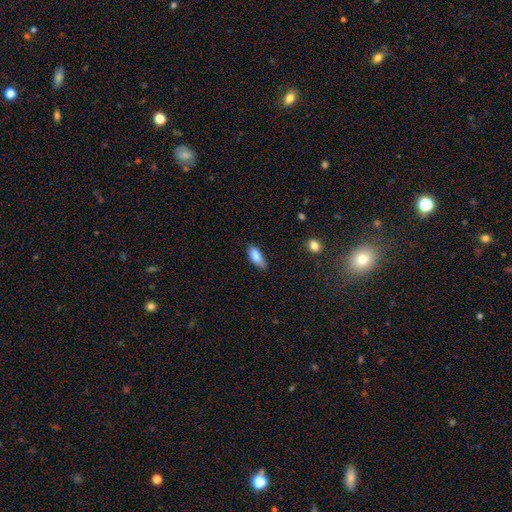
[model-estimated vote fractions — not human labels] Smooth or featured? Predicted: smooth (p=0.85). How rounded? Predicted: in between (p=0.75). Merging? Predicted: none (p=0.57).